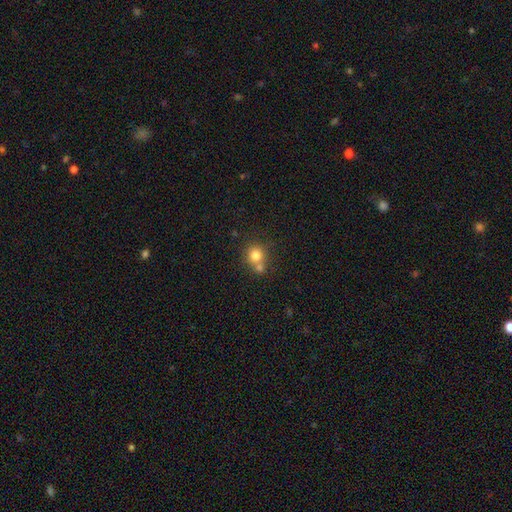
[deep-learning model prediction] Smooth or featured?
  - smooth: 79% *
  - star or artifact: 12%
  - featured or disk: 10%
How rounded?
  - round: 86% *
  - in between: 13%
  - cigar-shaped: 1%
Merging?
  - none: 50% *
  - merger: 39%
  - minor disturbance: 8%
  - major disturbance: 3%